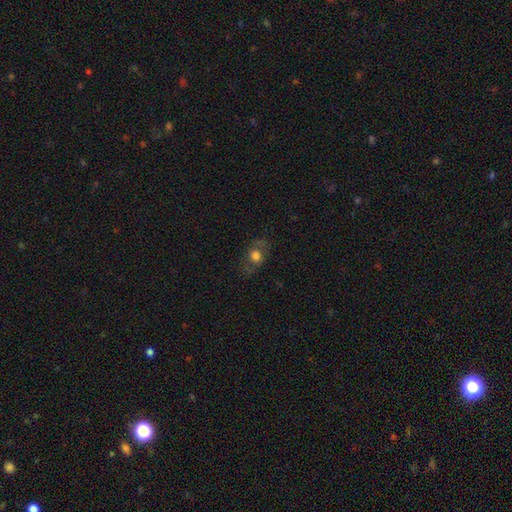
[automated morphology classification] Smooth or featured? Predicted: smooth (p=0.58). How rounded? Predicted: round (p=0.49, tied with in between). Merging? Predicted: none (p=0.70).